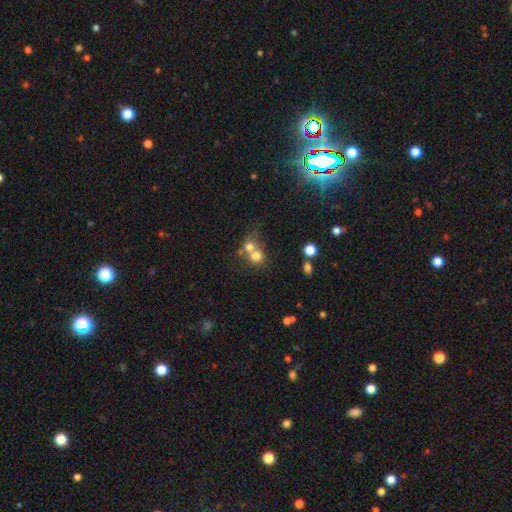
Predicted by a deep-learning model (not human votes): A smooth galaxy with no disk features (72%) that is round (81%).

Vote fractions:
- Smooth or featured? smooth: 72% / featured or disk: 15% / star or artifact: 13%
- How rounded? round: 81% / in between: 18% / cigar-shaped: 1%
- Merging? merger: 58% / none: 33% / minor disturbance: 6% / major disturbance: 4%